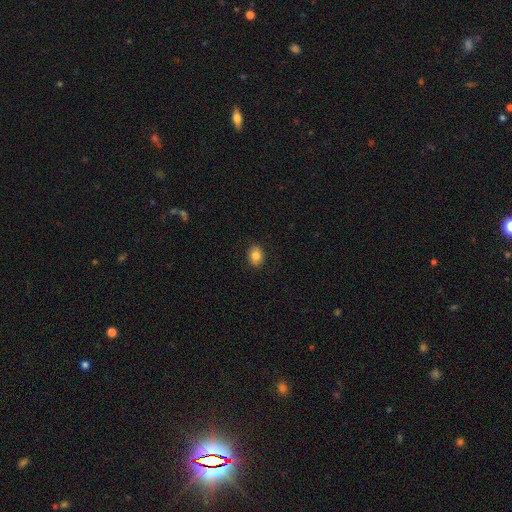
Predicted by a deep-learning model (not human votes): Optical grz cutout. It shows a smooth galaxy with no disk features (82%) that is in between round and cigar-shaped (56%). Merging: none (89%).